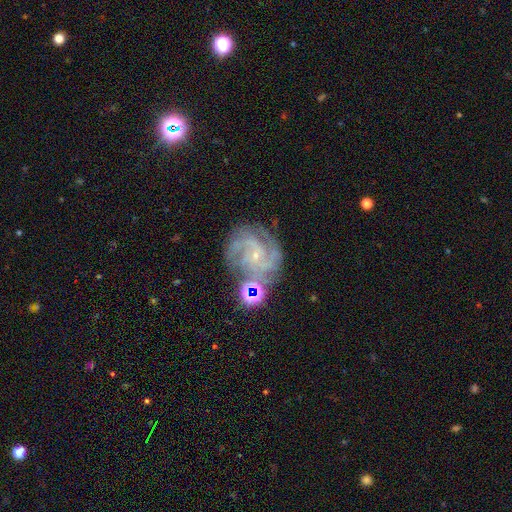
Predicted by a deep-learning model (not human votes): smooth-or-featured: featured or disk: 84% | star or artifact: 10% | smooth: 6%
  disk-edge-on: no: 98% | yes: 2%
    bar: no: 62% | weak: 30% | strong: 9%
    has-spiral-arms: yes: 97% | no: 3%
      spiral-winding: tight: 54% | medium: 39% | loose: 7%
      spiral-arm-count: 3: 33% | 4: 21% | can't tell: 16% | 2: 16% | more than 4: 8% | 1: 7%
    bulge-size: small: 84% | moderate: 10% | none: 5% | large: 1% | dominant: 1%
  merging: none: 68% | minor disturbance: 17% | major disturbance: 8% | merger: 6%